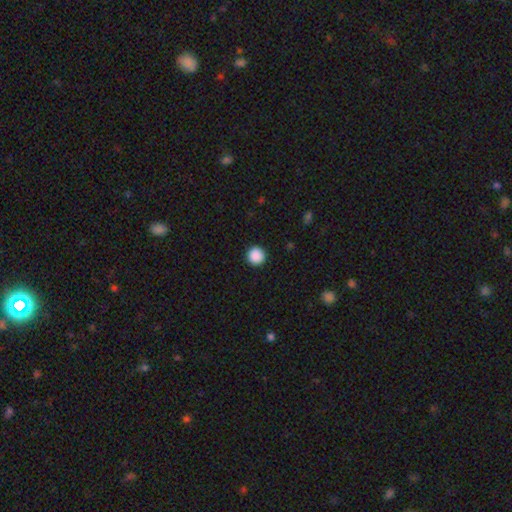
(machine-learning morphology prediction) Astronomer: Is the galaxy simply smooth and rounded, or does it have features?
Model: smooth — 89%.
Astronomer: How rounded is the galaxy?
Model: round — 96%.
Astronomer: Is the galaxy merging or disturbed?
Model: none — 93%.